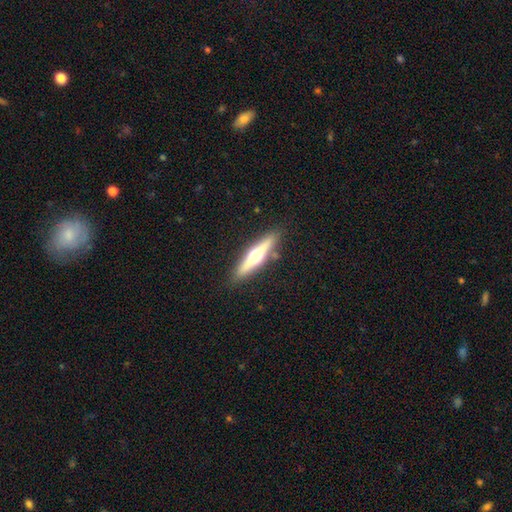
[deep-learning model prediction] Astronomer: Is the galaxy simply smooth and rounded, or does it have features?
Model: featured or disk — 61%.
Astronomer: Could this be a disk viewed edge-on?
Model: yes — 95%.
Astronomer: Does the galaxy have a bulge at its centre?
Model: rounded — 94%.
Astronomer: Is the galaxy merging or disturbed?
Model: none — 87%.